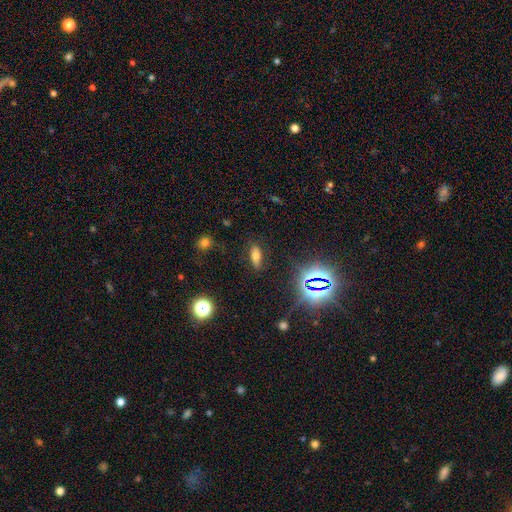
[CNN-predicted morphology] Smooth or featured?
  - smooth: 59% *
  - star or artifact: 22%
  - featured or disk: 19%
How rounded?
  - in between: 76% *
  - cigar-shaped: 18%
  - round: 5%
Merging?
  - none: 82% *
  - minor disturbance: 12%
  - major disturbance: 4%
  - merger: 2%